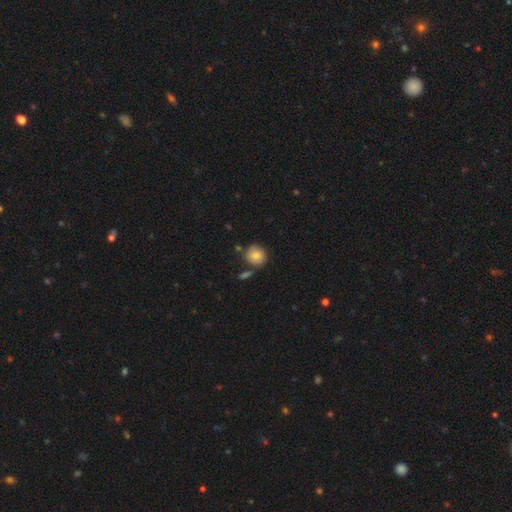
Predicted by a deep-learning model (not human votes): smooth_or_featured: smooth (p=0.79) [alt: featured or disk p=0.12]
how_rounded: round (p=0.86) [alt: in between p=0.13]
merging: none (p=0.72) [alt: minor disturbance p=0.14]